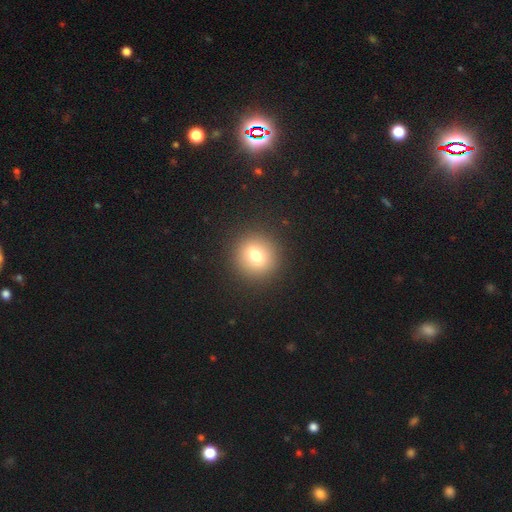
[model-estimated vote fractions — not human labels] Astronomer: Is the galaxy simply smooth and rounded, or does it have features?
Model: smooth — 74%.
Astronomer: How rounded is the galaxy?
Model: round — 87%.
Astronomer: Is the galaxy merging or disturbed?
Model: none — 91%.